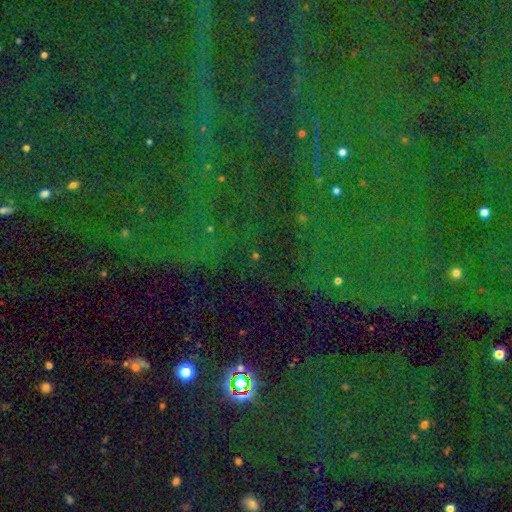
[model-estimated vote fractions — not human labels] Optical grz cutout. It shows a star or artifact, not a galaxy (77%).